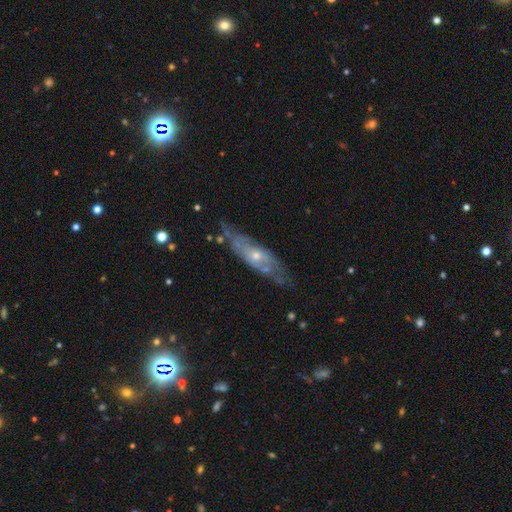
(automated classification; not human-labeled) featured or disk 72%, smooth 20%, star or artifact 8%. Down the decision tree: edge-on disk — no (66%); merging — none (67%).